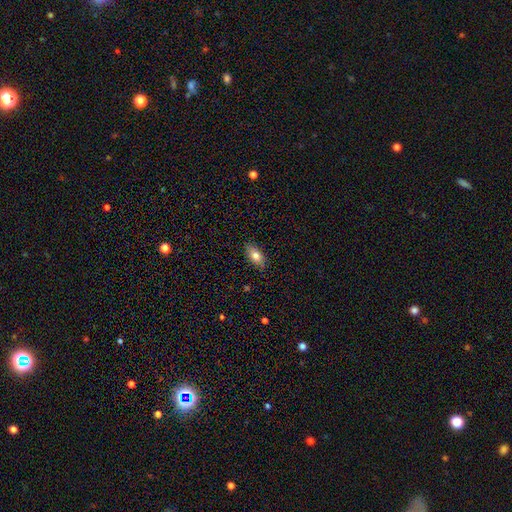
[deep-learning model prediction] Smooth or featured? Predicted: smooth (p=0.77). How rounded? Predicted: in between (p=0.87). Merging? Predicted: none (p=0.84).